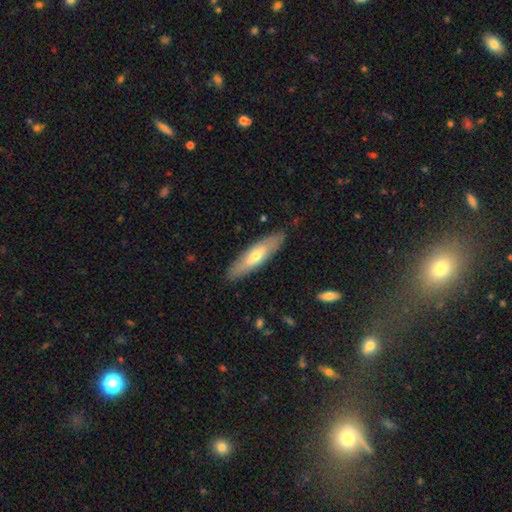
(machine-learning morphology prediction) Smooth or featured? smooth (54%)
How rounded? cigar-shaped (66%)
Merging? none (87%)